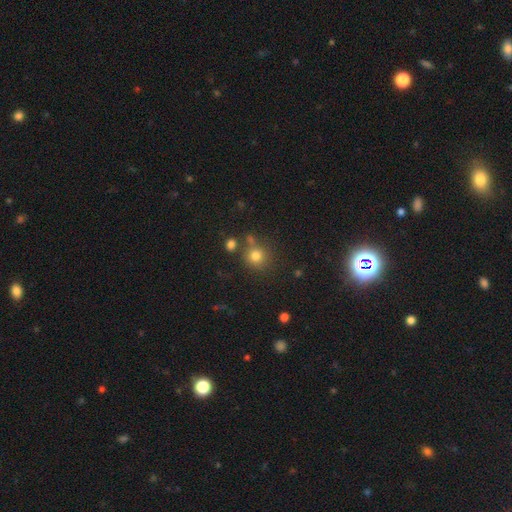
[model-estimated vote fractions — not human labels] Overall: smooth (77%). How rounded: round (89%). Merging: none (71%).